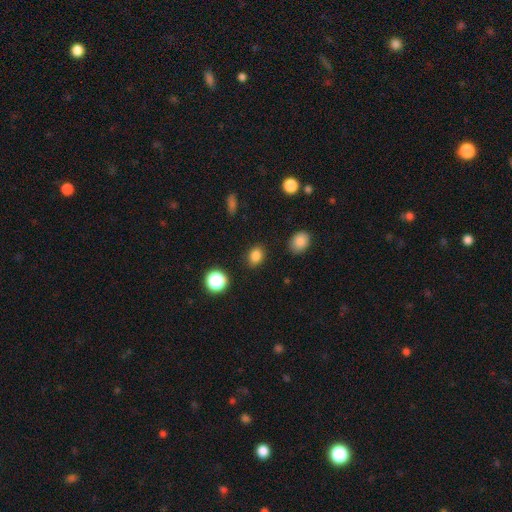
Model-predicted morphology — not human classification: This appears to be a smooth galaxy with no disk features (83%) that is in between round and cigar-shaped (59%). Merging: none (87%).